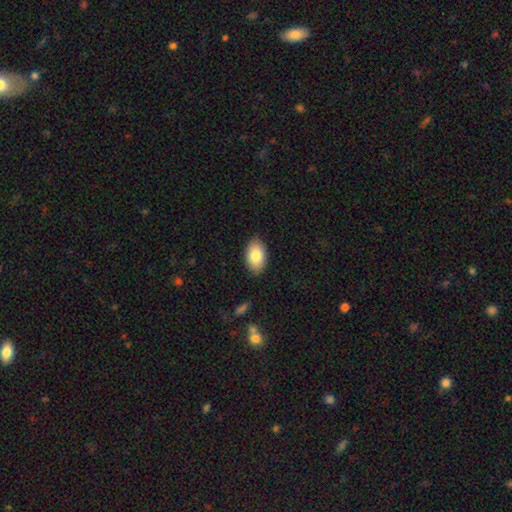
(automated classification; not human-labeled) Smooth or featured? smooth (82%)
How rounded? in between (92%)
Merging? none (87%)